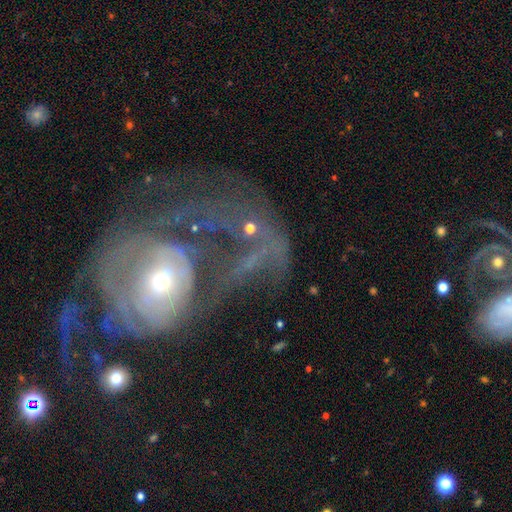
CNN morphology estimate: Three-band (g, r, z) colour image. It shows a featured or disk galaxy (67%) with no bar (71%), spiral arms (55%) and a moderate central bulge (46%). Merging: major disturbance (48%).